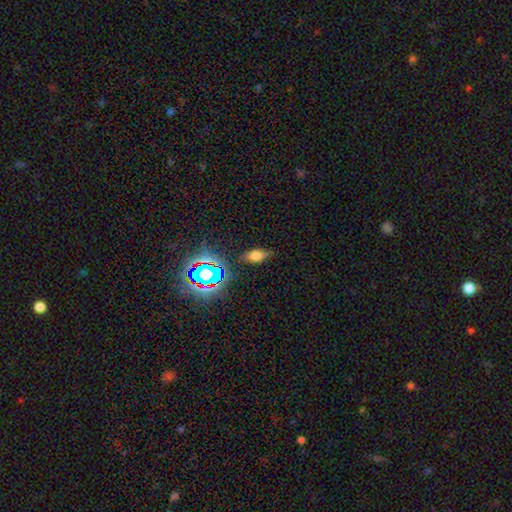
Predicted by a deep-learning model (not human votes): Morphology: type=smooth (62%); roundness=in between (79%); merging=none (79%).